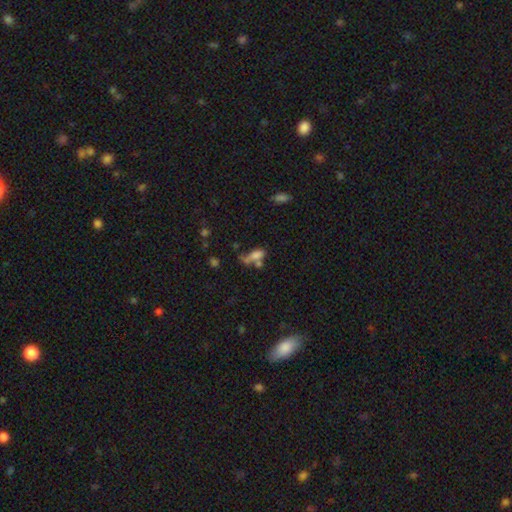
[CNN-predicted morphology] smooth 68%, featured or disk 18%, star or artifact 14%. Down the decision tree: how rounded — in between (76%); merging — merger (39%).